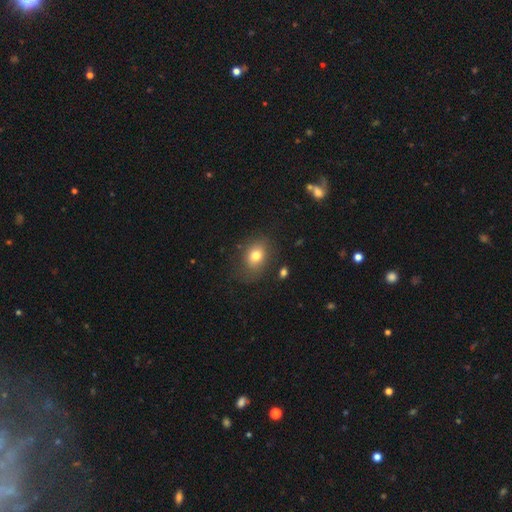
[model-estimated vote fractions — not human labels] The model was most divided on "how rounded": in between: 57%, round: 42%, cigar-shaped: 1%. More confident: smooth or featured — smooth (77%); merging — none (71%).